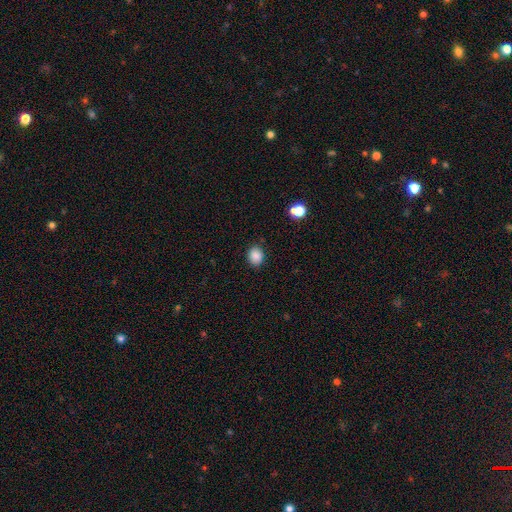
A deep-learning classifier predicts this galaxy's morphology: Smooth or featured: smooth — 86% (star or artifact — 10%)
How rounded: round — 53% (in between — 46%)
Merging: none — 85% (minor disturbance — 11%)